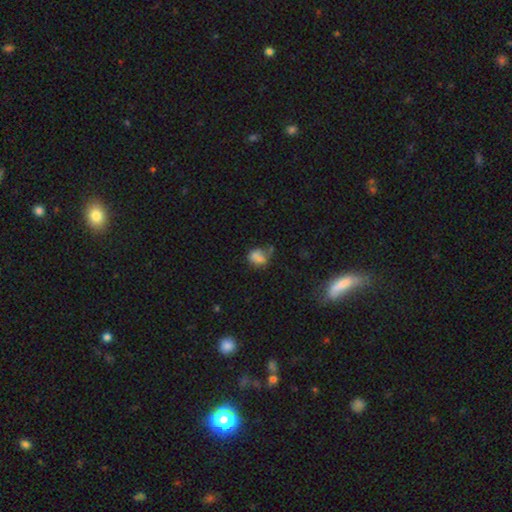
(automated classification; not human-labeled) Morphology: type=smooth (69%); roundness=in between (59%); merging=none (34%).